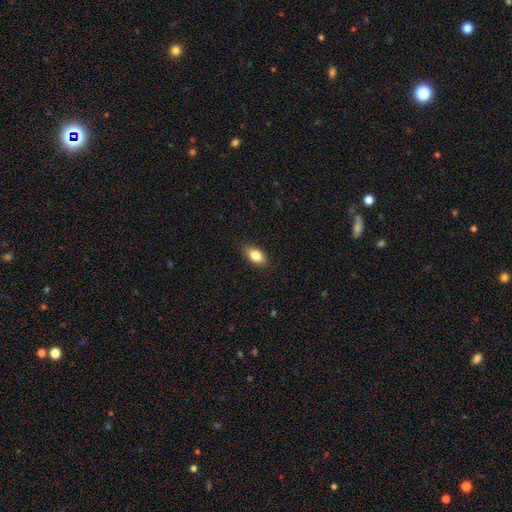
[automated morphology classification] This appears to be a smooth galaxy with no disk features (82%) that is in between round and cigar-shaped (89%). Merging: none (87%).